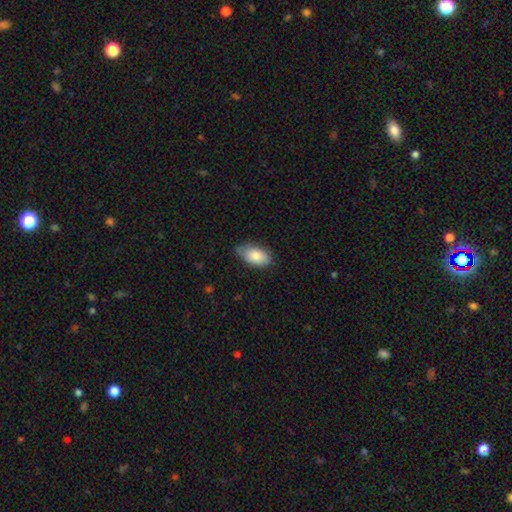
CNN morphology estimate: smooth-or-featured: smooth: 80% | featured or disk: 13% | star or artifact: 6%
  how-rounded: in between: 93% | round: 4% | cigar-shaped: 2%
  merging: none: 66% | minor disturbance: 29% | major disturbance: 4% | merger: 1%